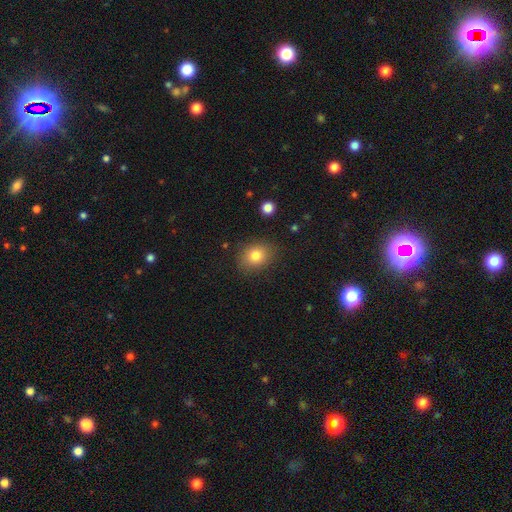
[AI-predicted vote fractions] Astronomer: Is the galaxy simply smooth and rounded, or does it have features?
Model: smooth — 80%.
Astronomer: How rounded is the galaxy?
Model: round — 51% (runner-up: in between, 48%).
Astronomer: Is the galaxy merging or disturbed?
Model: none — 84%.